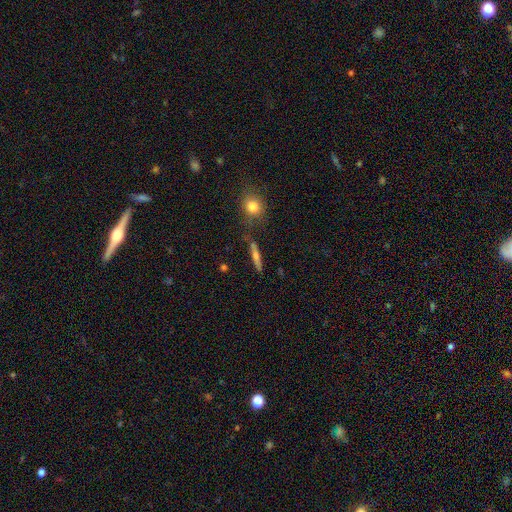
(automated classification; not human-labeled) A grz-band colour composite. It shows a smooth galaxy with no disk features (49%). Merging: none (76%).